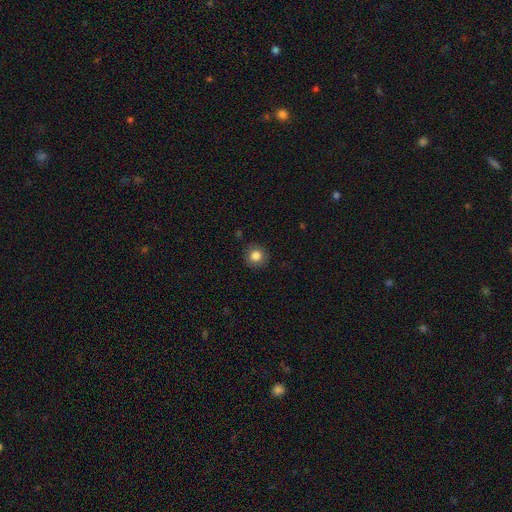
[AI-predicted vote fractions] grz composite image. It shows a smooth galaxy with no disk features (84%) that is round (90%). Merging: none (88%).